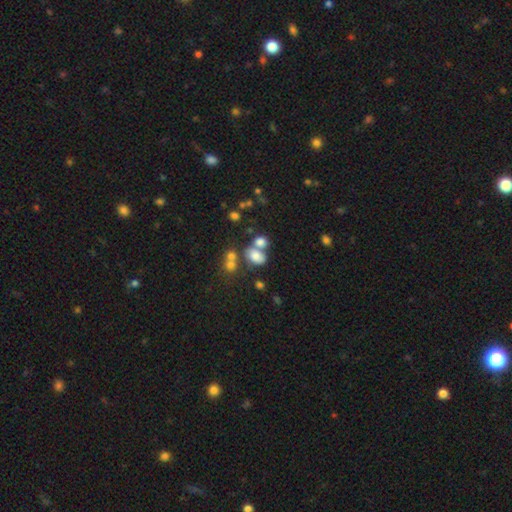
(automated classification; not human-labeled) smooth_or_featured: smooth (p=0.70) [alt: featured or disk p=0.15]
how_rounded: in between (p=0.69) [alt: round p=0.30]
merging: merger (p=0.41) [alt: none p=0.39]